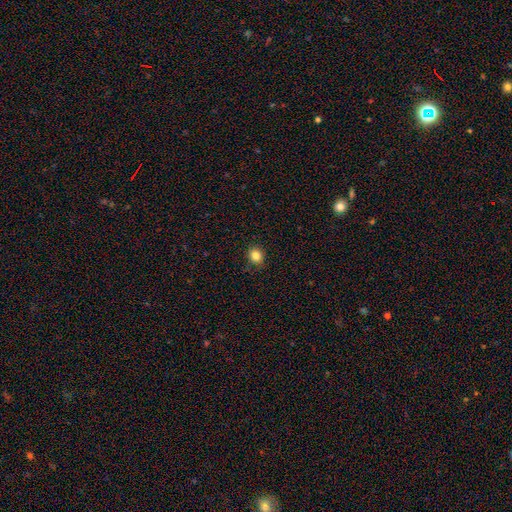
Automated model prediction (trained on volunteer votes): smooth-or-featured: smooth: 84% | star or artifact: 12% | featured or disk: 5%
  how-rounded: round: 75% | in between: 24% | cigar-shaped: 1%
  merging: none: 88% | minor disturbance: 9% | major disturbance: 2% | merger: 1%